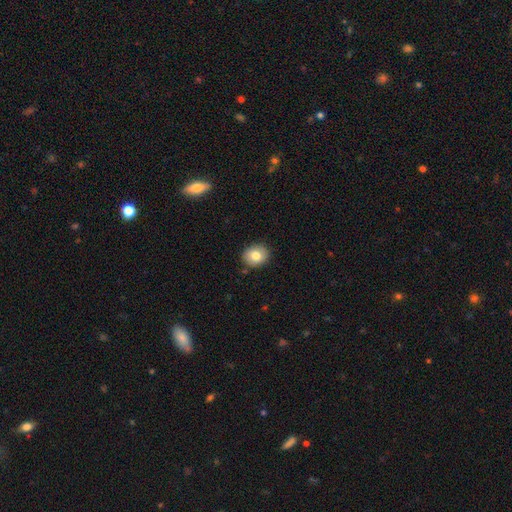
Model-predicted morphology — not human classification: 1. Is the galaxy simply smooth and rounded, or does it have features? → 80% smooth, 11% featured or disk, 9% star or artifact.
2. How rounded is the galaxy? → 61% round, 38% in between, 1% cigar-shaped.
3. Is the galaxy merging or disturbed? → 87% none, 9% minor disturbance, 2% major disturbance, 2% merger.